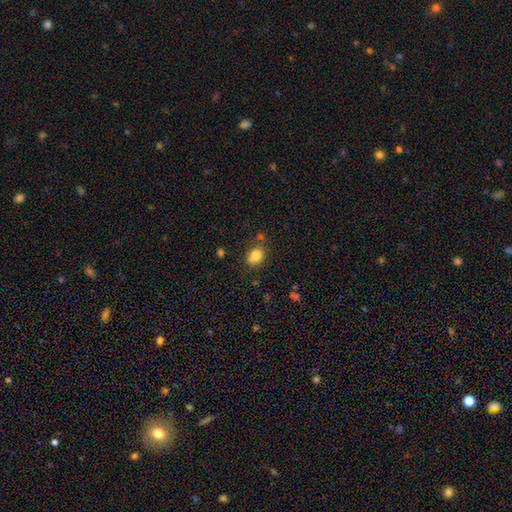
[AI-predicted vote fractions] A smooth galaxy with no disk features (82%) that is in between round and cigar-shaped (60%). Merging: none (70%).